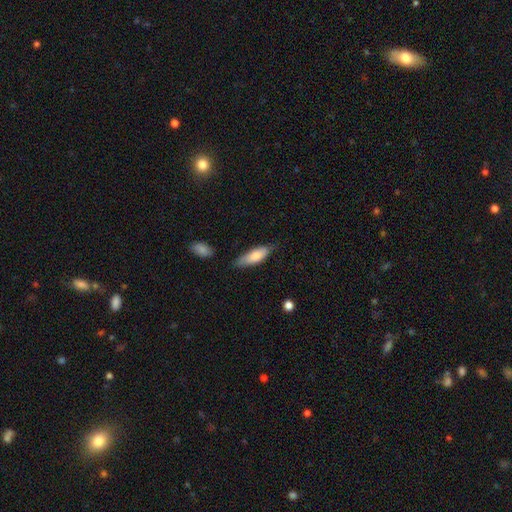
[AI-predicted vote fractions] smooth 77%, featured or disk 17%, star or artifact 6%. Down the decision tree: how rounded — in between (63%); merging — none (67%).